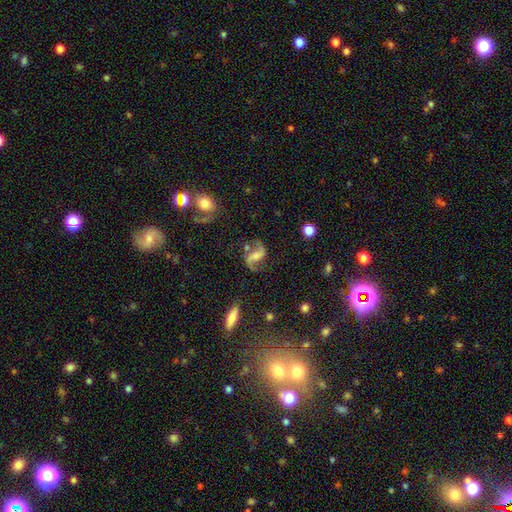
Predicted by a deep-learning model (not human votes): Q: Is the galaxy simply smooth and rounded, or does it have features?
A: featured or disk — 87%.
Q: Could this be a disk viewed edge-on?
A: no — 97%.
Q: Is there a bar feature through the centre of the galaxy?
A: weak — 41%.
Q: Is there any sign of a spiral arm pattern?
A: yes — 97%.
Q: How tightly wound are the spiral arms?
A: loose — 68%.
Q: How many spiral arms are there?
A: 2 — 93%.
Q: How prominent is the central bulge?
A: small — 37%.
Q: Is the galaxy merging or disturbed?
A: none — 72%.